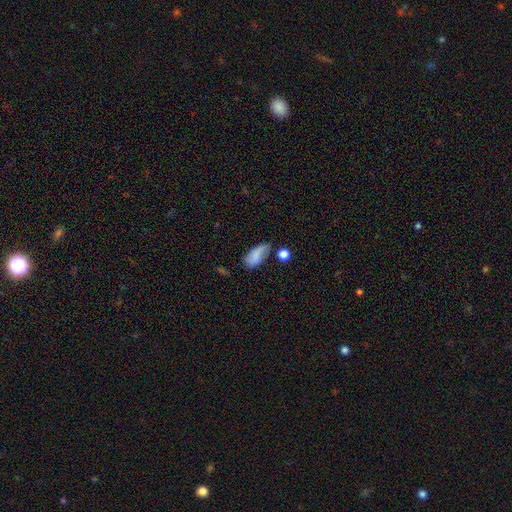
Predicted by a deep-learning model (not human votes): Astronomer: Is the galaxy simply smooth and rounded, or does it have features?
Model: smooth — 68%.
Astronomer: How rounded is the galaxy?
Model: in between — 88%.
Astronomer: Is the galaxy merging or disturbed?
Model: none — 39% (runner-up: minor disturbance, 33%).